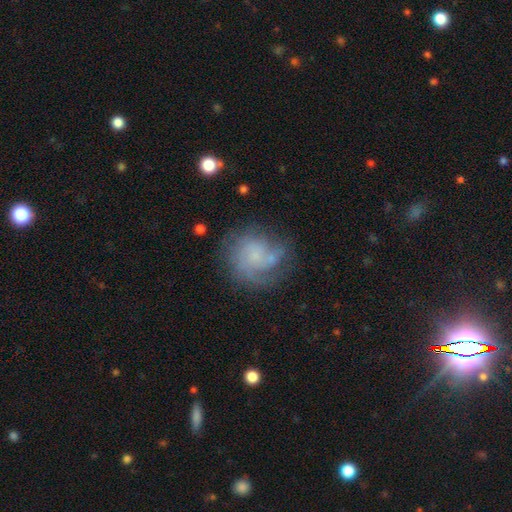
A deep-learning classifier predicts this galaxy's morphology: The model was most divided on "bulge size": small: 42%, none: 40%, moderate: 13%, large: 3%, dominant: 2%. More confident: edge-on disk — no (98%); bar — no (79%); spiral arms — yes (78%); merging — none (57%); smooth or featured — featured or disk (57%).